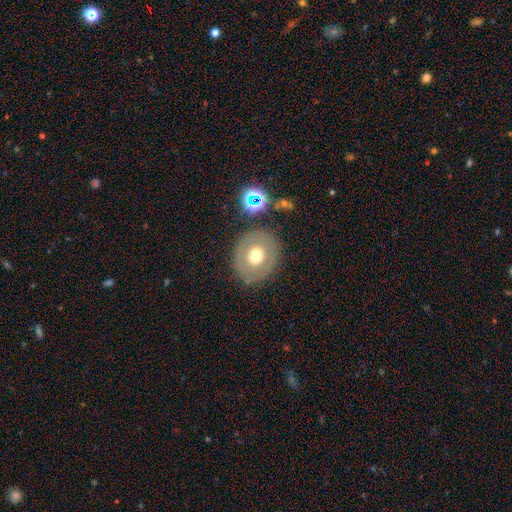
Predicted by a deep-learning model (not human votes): This appears to be a smooth galaxy with no disk features (56%) that is round (71%). Merging: none (81%).